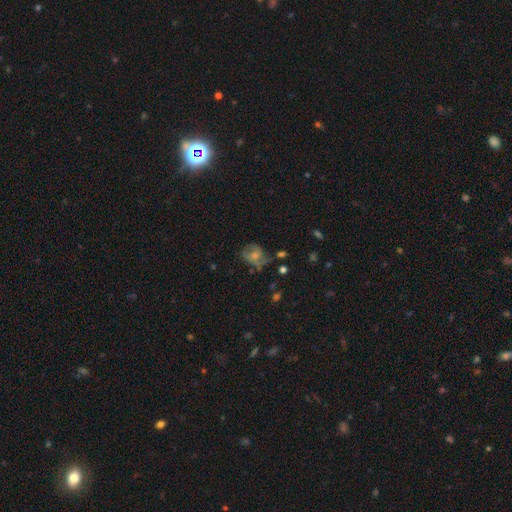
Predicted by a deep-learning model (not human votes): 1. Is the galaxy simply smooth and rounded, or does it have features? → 48% featured or disk, 30% smooth, 22% star or artifact.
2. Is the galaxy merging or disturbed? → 59% none, 22% minor disturbance, 15% major disturbance, 4% merger.